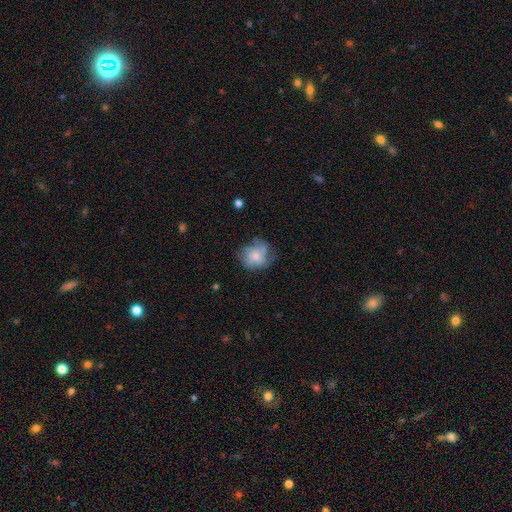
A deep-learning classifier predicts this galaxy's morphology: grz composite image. It shows a smooth galaxy with no disk features (55%) that is round (71%). Merging: none (57%).